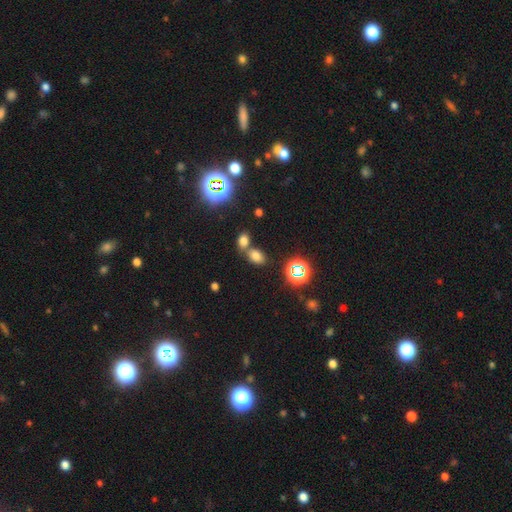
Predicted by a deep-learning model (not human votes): Morphology: type=smooth (67%); roundness=in between (76%); merging=none (49%).